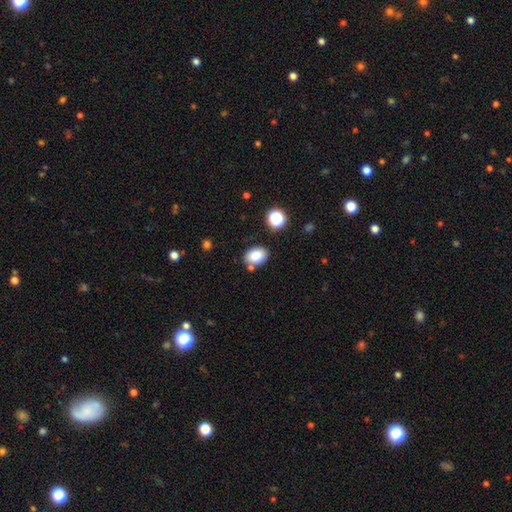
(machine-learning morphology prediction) Smooth or featured? Predicted: smooth (p=0.84). How rounded? Predicted: in between (p=0.75). Merging? Predicted: none (p=0.74).